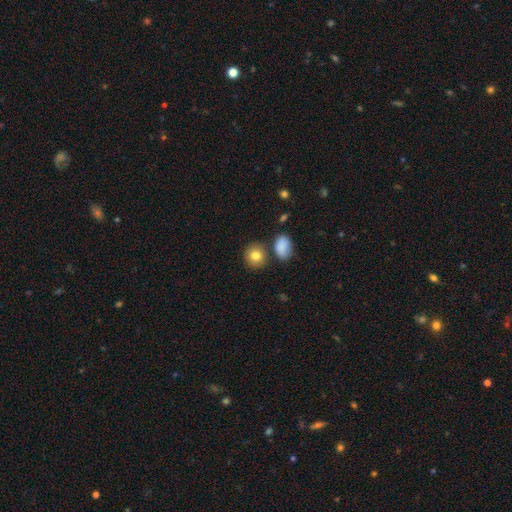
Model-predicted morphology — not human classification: Overall: smooth (83%). How rounded: round (79%). Merging: none (76%).